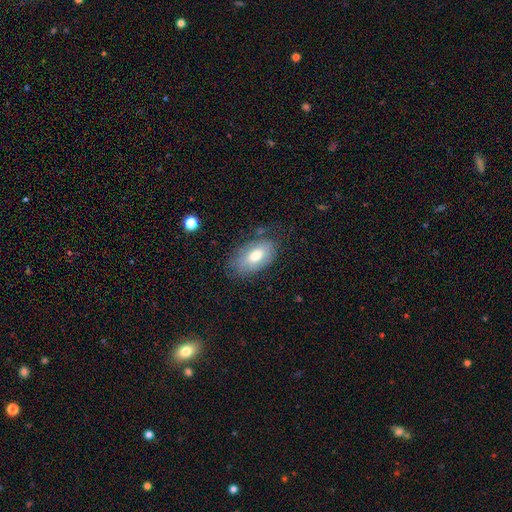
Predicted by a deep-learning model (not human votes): Smooth or featured?
  - smooth: 67% *
  - featured or disk: 25%
  - star or artifact: 7%
How rounded?
  - in between: 93% *
  - round: 5%
  - cigar-shaped: 2%
Merging?
  - none: 64% *
  - minor disturbance: 25%
  - major disturbance: 9%
  - merger: 2%